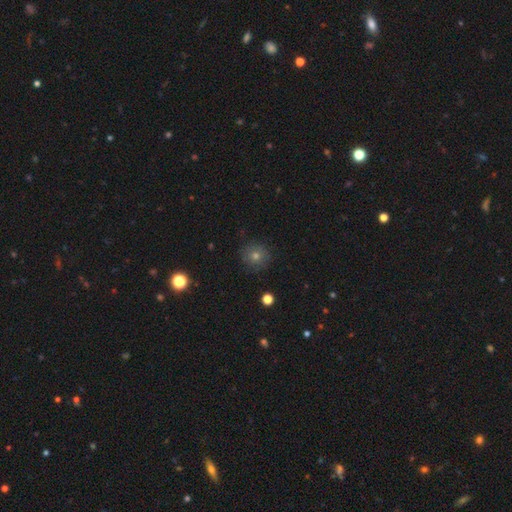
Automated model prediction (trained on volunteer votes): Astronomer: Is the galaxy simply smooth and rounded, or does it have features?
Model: smooth — 62%.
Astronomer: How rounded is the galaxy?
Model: round — 94%.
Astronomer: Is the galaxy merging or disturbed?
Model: none — 88%.